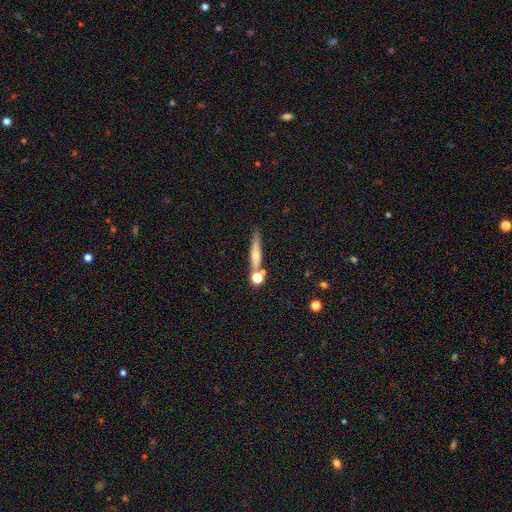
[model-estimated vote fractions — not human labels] Smooth or featured?
  - smooth: 46% *
  - featured or disk: 44%
  - star or artifact: 9%
Merging?
  - none: 70% *
  - merger: 15%
  - minor disturbance: 12%
  - major disturbance: 4%